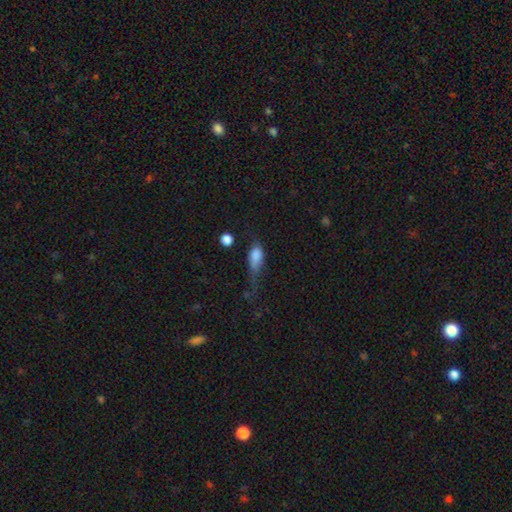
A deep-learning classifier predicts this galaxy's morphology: A smooth galaxy with no disk features (74%) that is in between round and cigar-shaped (77%).

Vote fractions:
- Smooth or featured? smooth: 74% / featured or disk: 17% / star or artifact: 10%
- How rounded? in between: 77% / cigar-shaped: 14% / round: 10%
- Merging? major disturbance: 35% / minor disturbance: 34% / none: 25% / merger: 6%